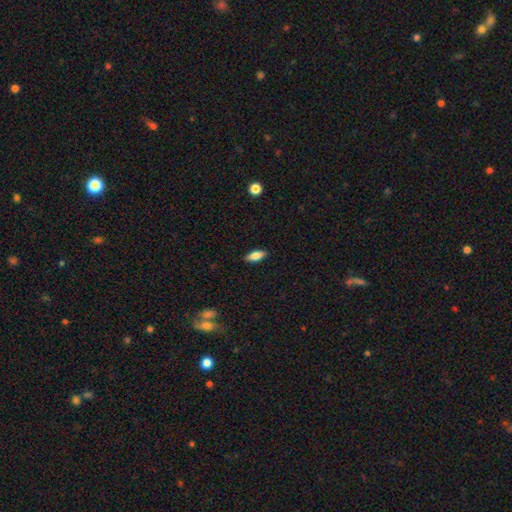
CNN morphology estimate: This appears to be a smooth galaxy with no disk features (76%) that is in between round and cigar-shaped (74%). Merging: none (88%).